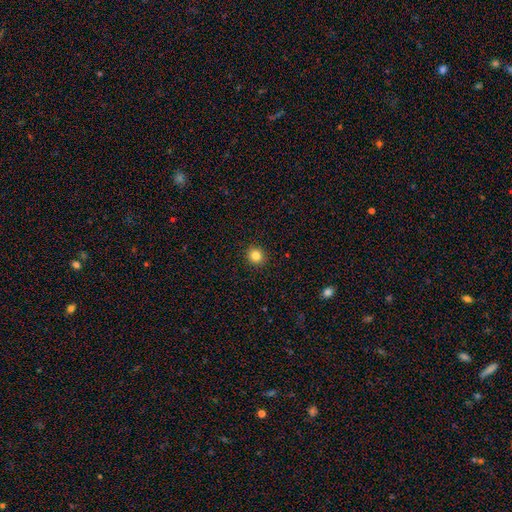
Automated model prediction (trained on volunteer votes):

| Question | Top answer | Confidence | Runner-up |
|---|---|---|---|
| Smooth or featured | smooth | 83% | star or artifact (12%) |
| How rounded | round | 89% | in between (10%) |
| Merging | none | 93% | minor disturbance (5%) |